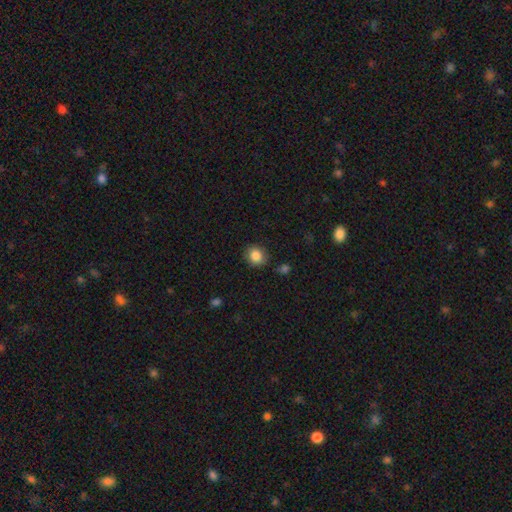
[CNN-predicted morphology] Overall: smooth (85%). How rounded: round (78%). Merging: none (83%).